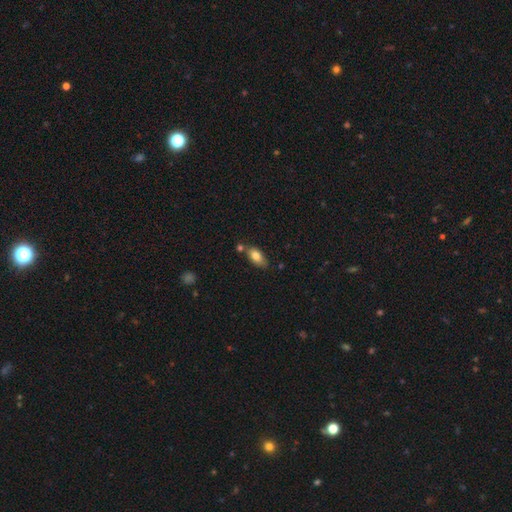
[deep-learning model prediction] Morphology: type=smooth (79%); roundness=in between (87%); merging=none (65%).